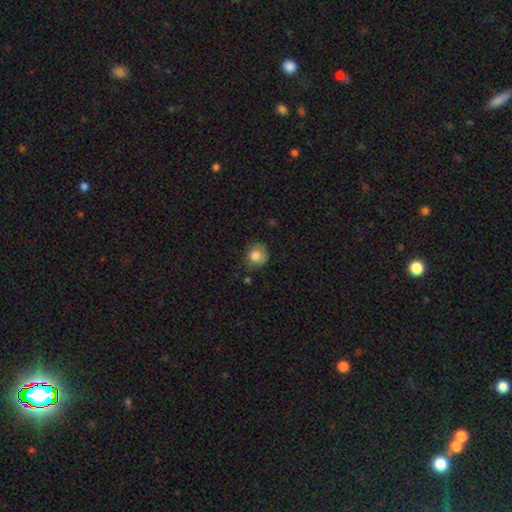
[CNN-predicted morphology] Overall: smooth (79%). How rounded: round (80%). Merging: none (61%; minor disturbance 27%).